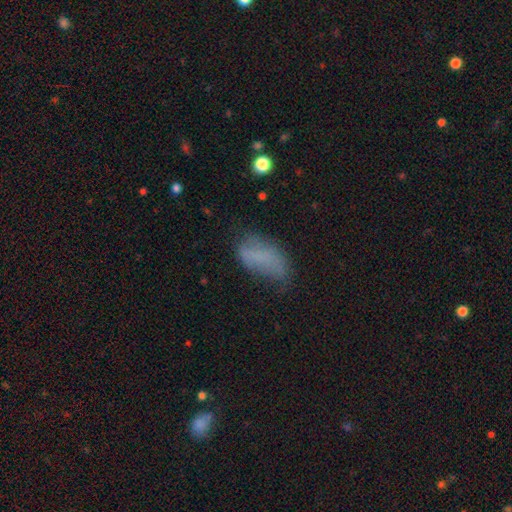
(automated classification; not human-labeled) A smooth galaxy with no disk features (66%) that is in between round and cigar-shaped (90%).

Vote fractions:
- Smooth or featured? smooth: 66% / featured or disk: 22% / star or artifact: 12%
- How rounded? in between: 90% / cigar-shaped: 6% / round: 4%
- Merging? none: 47% / minor disturbance: 32% / major disturbance: 18% / merger: 3%